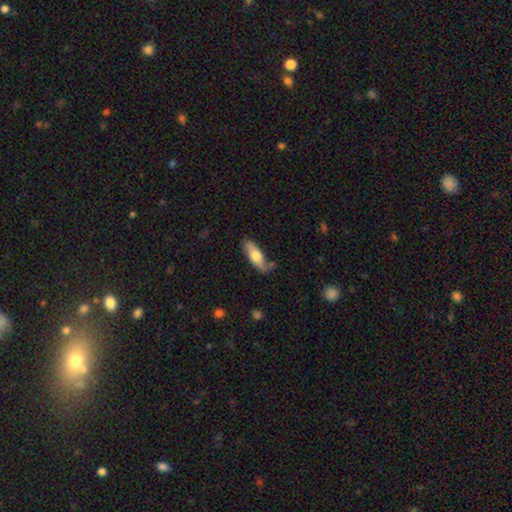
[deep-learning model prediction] smooth 60%, featured or disk 35%, star or artifact 5%. Down the decision tree: how rounded — in between (61%); merging — none (72%).